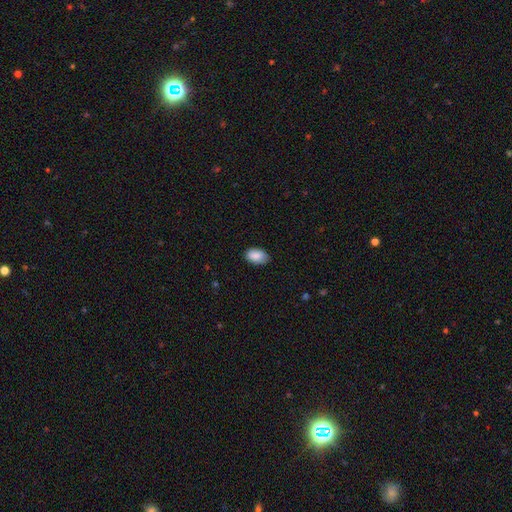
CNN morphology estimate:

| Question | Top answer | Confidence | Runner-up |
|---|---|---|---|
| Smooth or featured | smooth | 88% | star or artifact (7%) |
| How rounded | in between | 92% | round (7%) |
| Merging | none | 80% | minor disturbance (16%) |